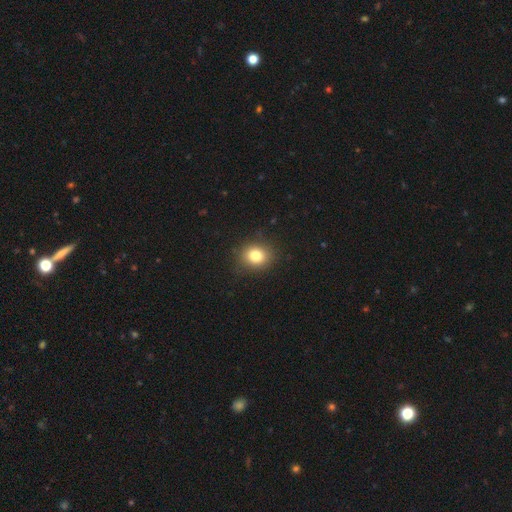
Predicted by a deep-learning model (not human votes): This appears to be a smooth galaxy with no disk features (81%) that is round (66%). Merging: none (86%).